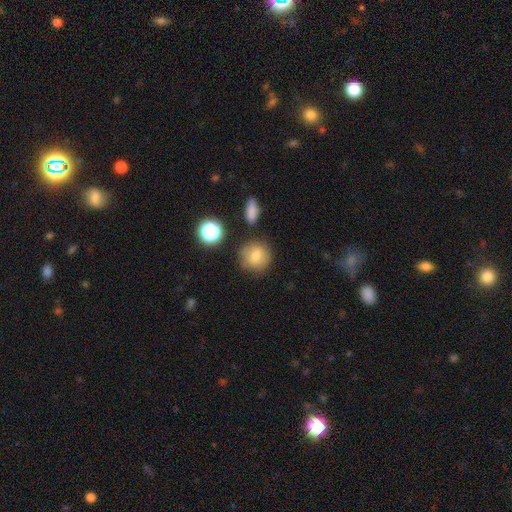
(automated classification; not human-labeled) Q: Smooth or featured?
A: smooth (79%); runner-up: star or artifact (11%)
Q: How rounded?
A: round (88%); runner-up: in between (11%)
Q: Merging?
A: none (79%); runner-up: minor disturbance (12%)